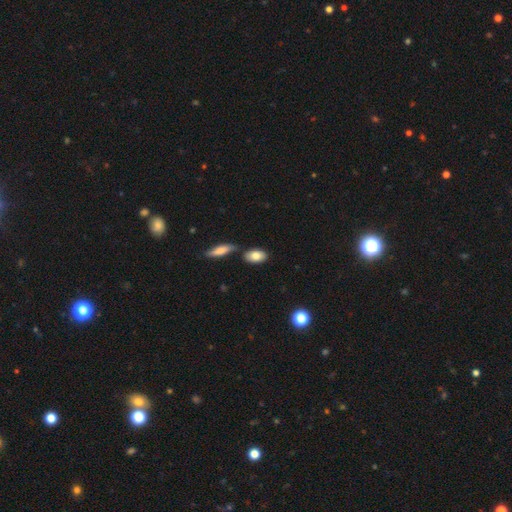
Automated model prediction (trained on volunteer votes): Smooth or featured?
  - smooth: 81% *
  - featured or disk: 12%
  - star or artifact: 7%
How rounded?
  - in between: 90% *
  - cigar-shaped: 5%
  - round: 5%
Merging?
  - none: 67% *
  - merger: 17%
  - minor disturbance: 13%
  - major disturbance: 3%